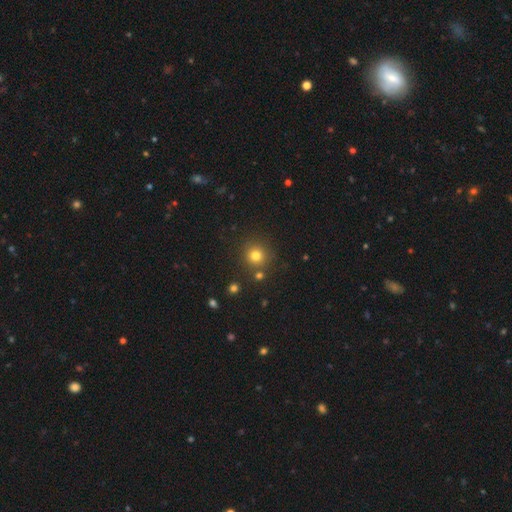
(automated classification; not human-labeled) A smooth galaxy with no disk features (78%) that is round (94%).

Vote fractions:
- Smooth or featured? smooth: 78% / star or artifact: 16% / featured or disk: 7%
- How rounded? round: 94% / in between: 5% / cigar-shaped: 1%
- Merging? none: 84% / minor disturbance: 7% / merger: 6% / major disturbance: 3%